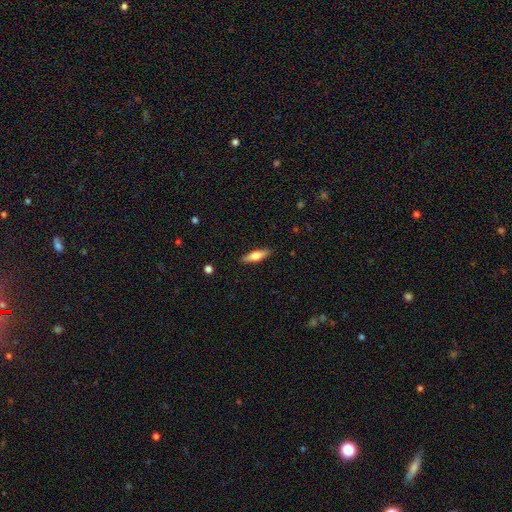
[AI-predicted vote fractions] smooth-or-featured: smooth: 59% | featured or disk: 35% | star or artifact: 6%
  how-rounded: cigar-shaped: 57% | in between: 40% | round: 2%
  merging: none: 89% | minor disturbance: 8% | major disturbance: 2% | merger: 1%